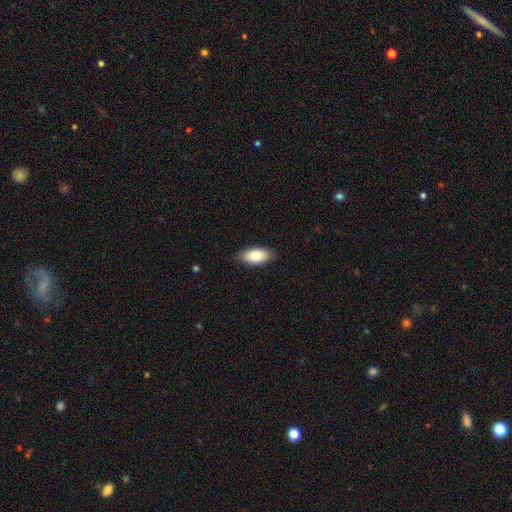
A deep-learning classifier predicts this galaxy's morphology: smooth_or_featured: smooth (p=0.82) [alt: featured or disk p=0.11]
how_rounded: in between (p=0.92) [alt: cigar-shaped p=0.06]
merging: none (p=0.86) [alt: minor disturbance p=0.11]